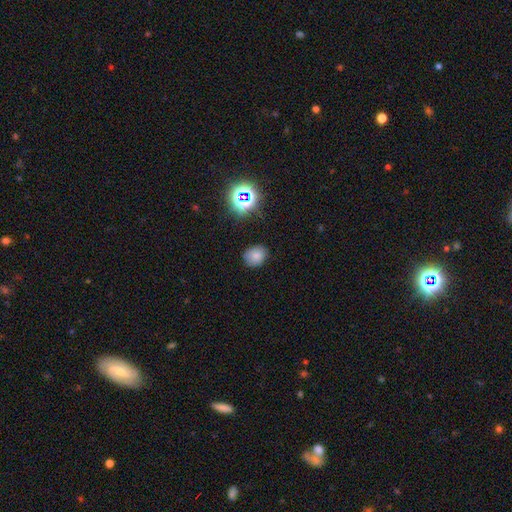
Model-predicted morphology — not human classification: Smooth or featured: smooth — 75% (star or artifact — 18%)
How rounded: round — 51% (in between — 49%)
Merging: none — 79% (minor disturbance — 15%)